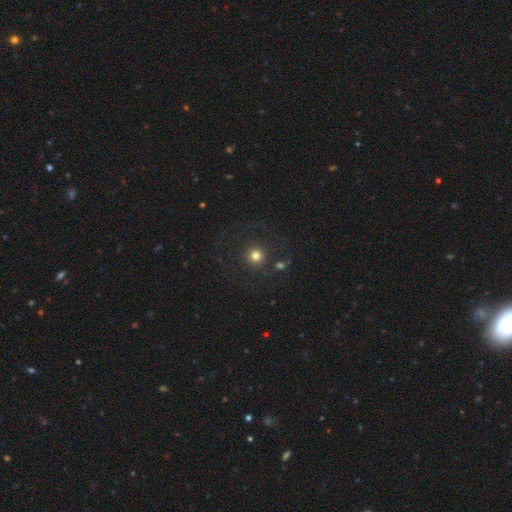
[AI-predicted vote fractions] smooth-or-featured: smooth: 72% | star or artifact: 16% | featured or disk: 12%
  how-rounded: round: 95% | in between: 4% | cigar-shaped: 1%
  merging: none: 80% | minor disturbance: 9% | major disturbance: 8% | merger: 4%